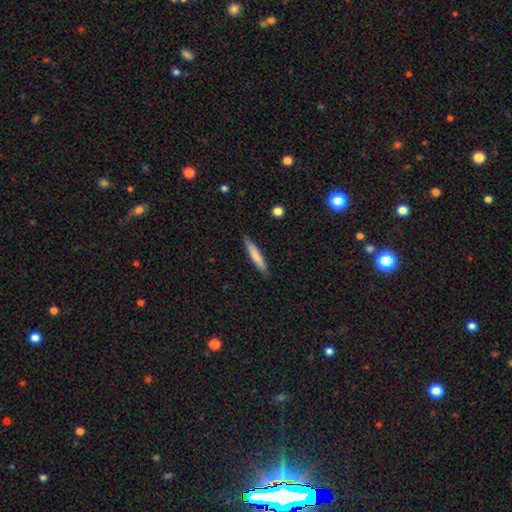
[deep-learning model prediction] smooth 75%, featured or disk 20%, star or artifact 6%. Down the decision tree: how rounded — cigar-shaped (92%); merging — none (88%).